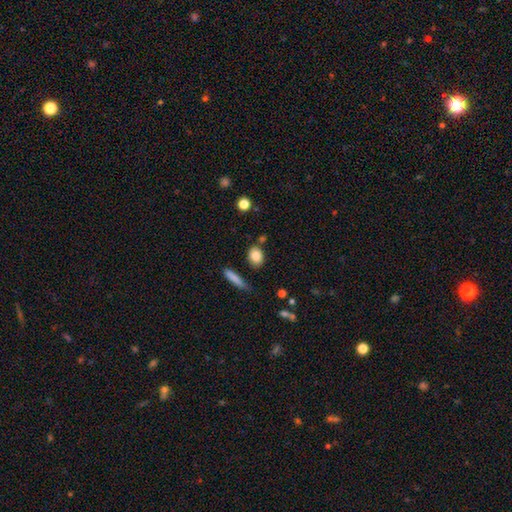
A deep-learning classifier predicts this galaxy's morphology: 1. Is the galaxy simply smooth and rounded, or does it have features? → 85% smooth, 8% star or artifact, 7% featured or disk.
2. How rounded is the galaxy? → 64% in between, 31% round, 4% cigar-shaped.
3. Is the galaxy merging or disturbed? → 75% none, 15% minor disturbance, 7% merger, 4% major disturbance.